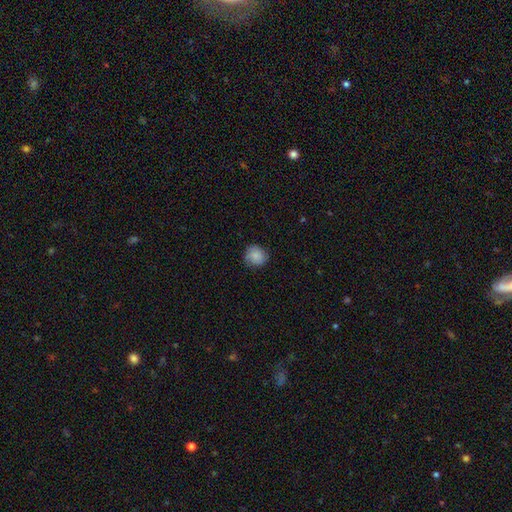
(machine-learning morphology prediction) The model was most divided on "merging": none: 80%, minor disturbance: 16%, major disturbance: 3%, merger: 1%. More confident: how rounded — round (86%); smooth or featured — smooth (82%).